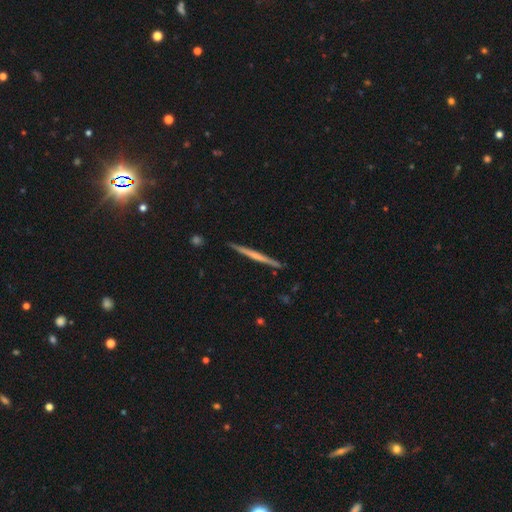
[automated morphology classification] type=featured or disk (57%); edge-on=yes (98%); edge-on bulge=none (75%); merging=none (91%).